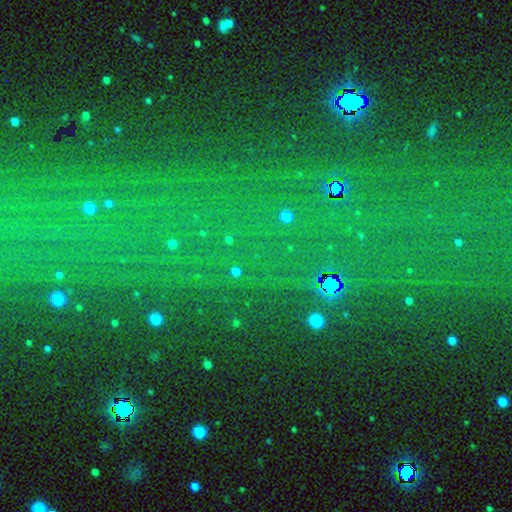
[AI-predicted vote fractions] Smooth or featured: star or artifact — 81% (smooth — 10%)